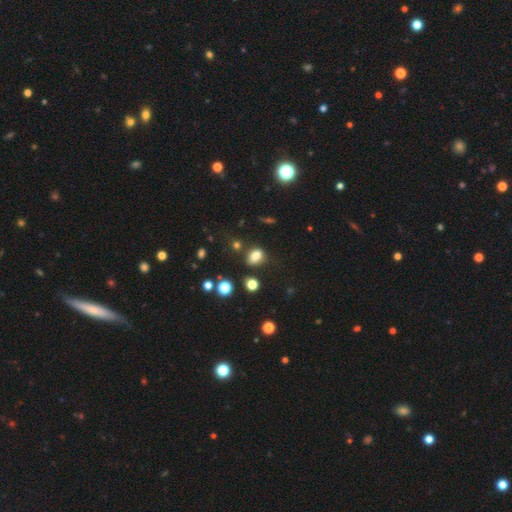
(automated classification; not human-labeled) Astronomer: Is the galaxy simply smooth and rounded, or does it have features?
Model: smooth — 79%.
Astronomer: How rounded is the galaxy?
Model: in between — 66%.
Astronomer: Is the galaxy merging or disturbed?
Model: none — 67%.